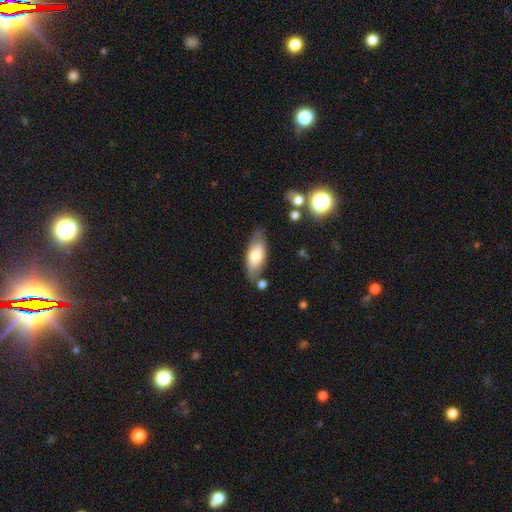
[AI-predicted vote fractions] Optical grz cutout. It shows a smooth galaxy with no disk features (63%) that is in between round and cigar-shaped (79%). Merging: none (72%).